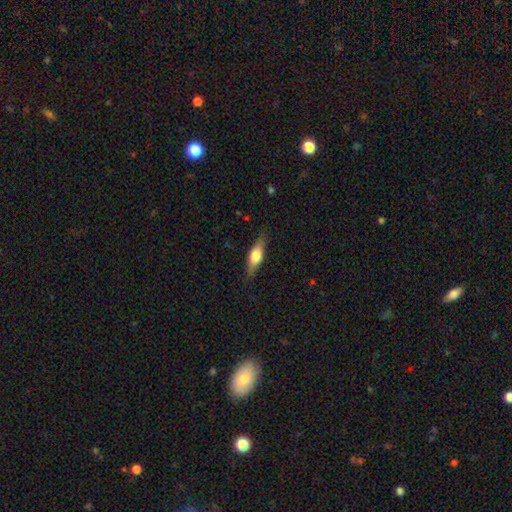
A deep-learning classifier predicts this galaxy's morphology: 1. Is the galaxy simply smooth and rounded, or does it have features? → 48% smooth, 46% featured or disk, 6% star or artifact.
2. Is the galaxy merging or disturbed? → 84% none, 13% minor disturbance, 3% major disturbance, 1% merger.